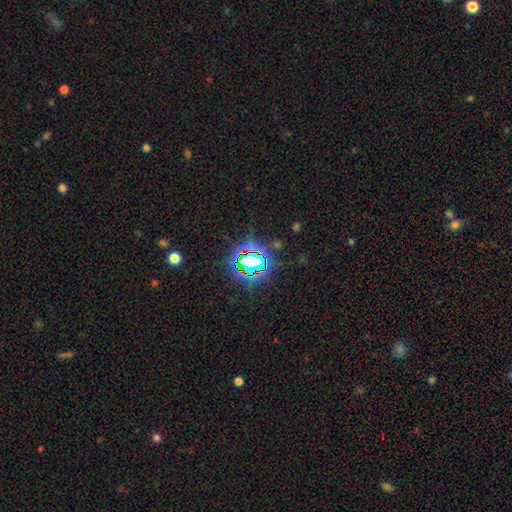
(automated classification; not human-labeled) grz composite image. It shows a star or artifact, not a galaxy (75%).